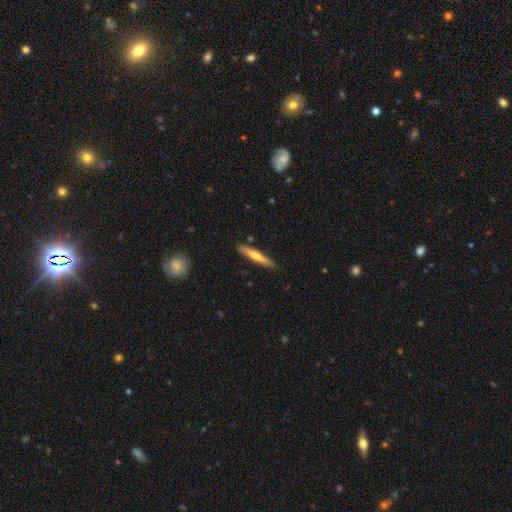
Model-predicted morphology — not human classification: Smooth or featured? Predicted: smooth (p=0.52). How rounded? Predicted: cigar-shaped (p=0.92). Merging? Predicted: none (p=0.87).